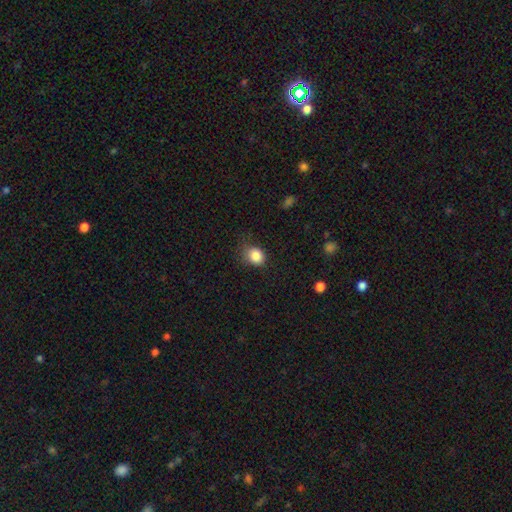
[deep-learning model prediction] Smooth or featured?
  - smooth: 85% *
  - star or artifact: 10%
  - featured or disk: 5%
How rounded?
  - round: 61% *
  - in between: 38%
  - cigar-shaped: 1%
Merging?
  - none: 64% *
  - minor disturbance: 27%
  - major disturbance: 8%
  - merger: 2%